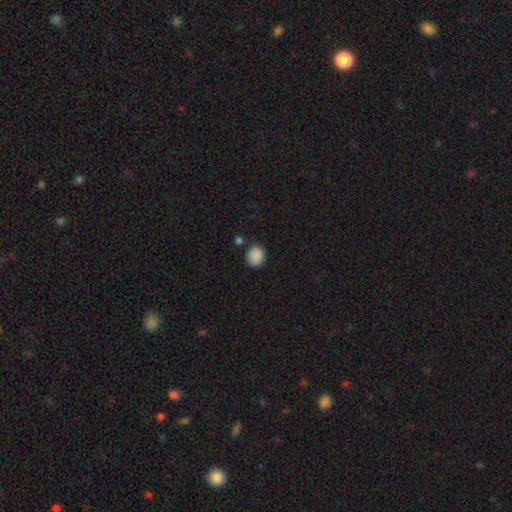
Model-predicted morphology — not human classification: A smooth galaxy with no disk features (88%) that is round (70%). Merging: none (79%).